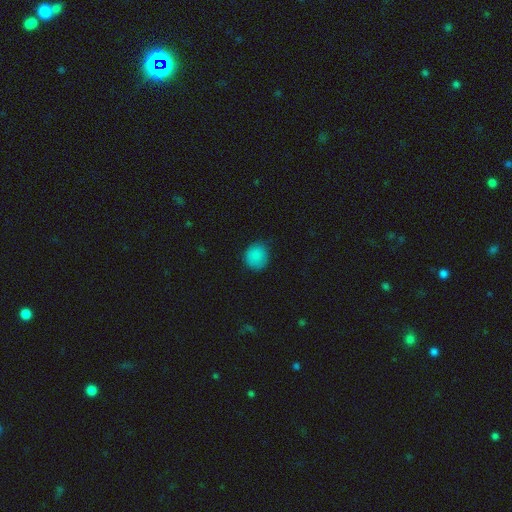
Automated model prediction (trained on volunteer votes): This is clearly a smooth galaxy (86%). How rounded: clearly round (83%). Merging: likely none (78%).